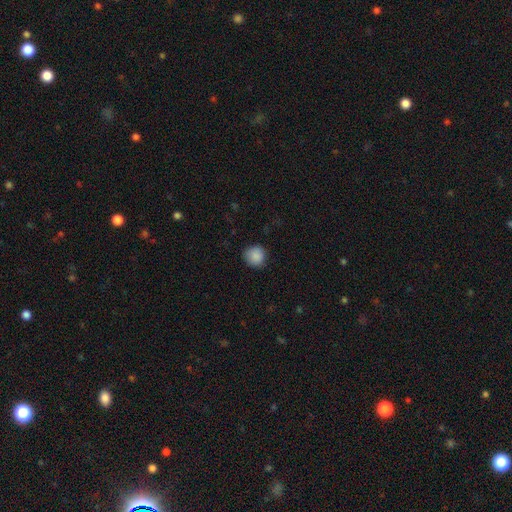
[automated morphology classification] This appears to be a smooth galaxy with no disk features (88%) that is round (91%). Merging: none (83%).